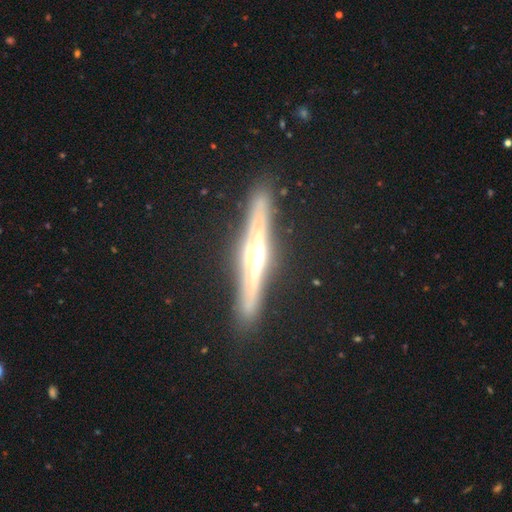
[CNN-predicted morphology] Q: Smooth or featured?
A: featured or disk (80%); runner-up: smooth (12%)
Q: Edge-on disk?
A: yes (96%); runner-up: no (4%)
Q: Edge-on bulge?
A: rounded (74%); runner-up: boxy (16%)
Q: Merging?
A: none (89%); runner-up: minor disturbance (8%)